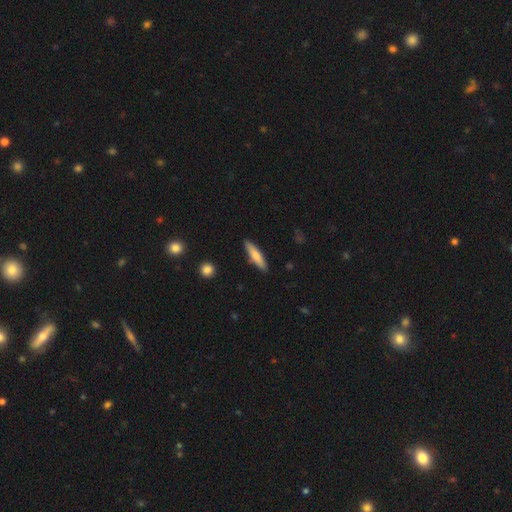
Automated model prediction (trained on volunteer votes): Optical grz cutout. It shows a smooth galaxy with no disk features (73%) that is cigar-shaped (81%). Merging: none (88%).